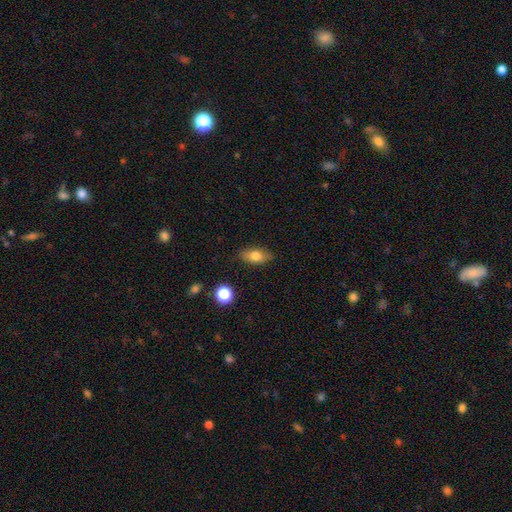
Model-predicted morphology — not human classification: Smooth or featured?
  - smooth: 75% *
  - featured or disk: 16%
  - star or artifact: 9%
How rounded?
  - in between: 82% *
  - cigar-shaped: 9%
  - round: 9%
Merging?
  - none: 84% *
  - minor disturbance: 12%
  - major disturbance: 3%
  - merger: 1%